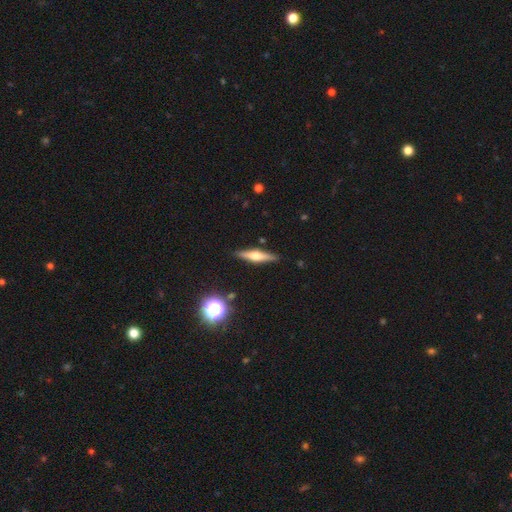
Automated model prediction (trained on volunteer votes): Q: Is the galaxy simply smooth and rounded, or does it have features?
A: featured or disk — 62%.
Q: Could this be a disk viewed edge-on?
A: yes — 96%.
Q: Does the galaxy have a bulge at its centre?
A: rounded — 91%.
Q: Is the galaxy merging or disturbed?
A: none — 89%.